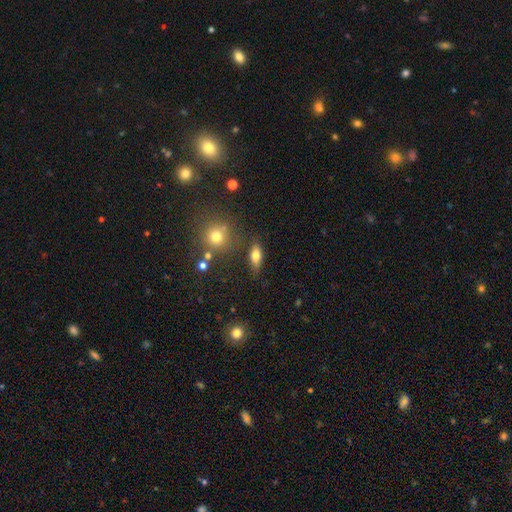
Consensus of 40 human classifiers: Smooth or featured: smooth — 90% (featured or disk — 5%)
How rounded: in between — 61% (cigar-shaped — 36%)
Merging: none — 79% (minor disturbance — 18%)